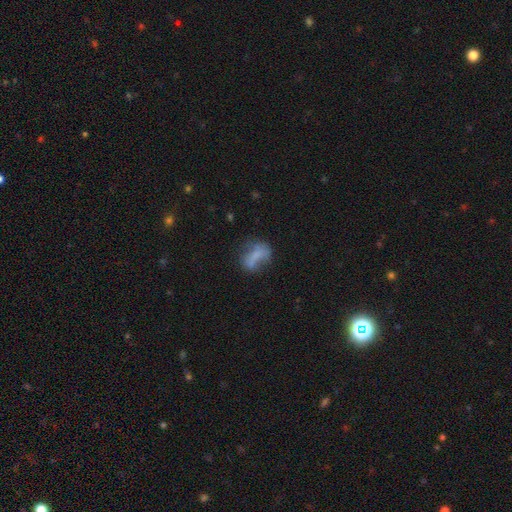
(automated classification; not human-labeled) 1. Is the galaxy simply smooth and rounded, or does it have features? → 57% smooth, 31% featured or disk, 12% star or artifact.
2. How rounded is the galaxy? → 74% in between, 18% round, 8% cigar-shaped.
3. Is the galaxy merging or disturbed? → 36% none, 27% major disturbance, 26% minor disturbance, 10% merger.